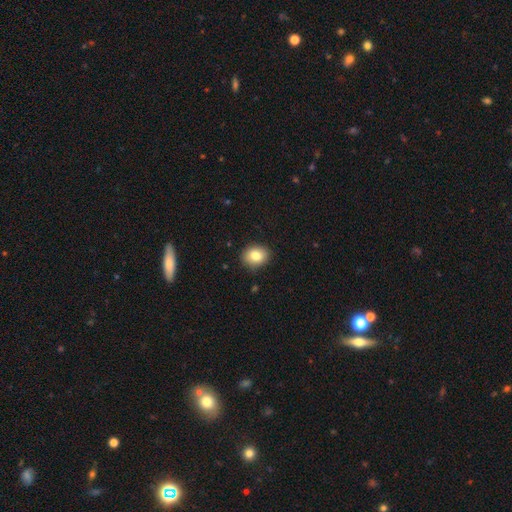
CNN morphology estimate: Q: Smooth or featured?
A: smooth (82%); runner-up: star or artifact (9%)
Q: How rounded?
A: round (58%); runner-up: in between (41%)
Q: Merging?
A: none (88%); runner-up: minor disturbance (9%)